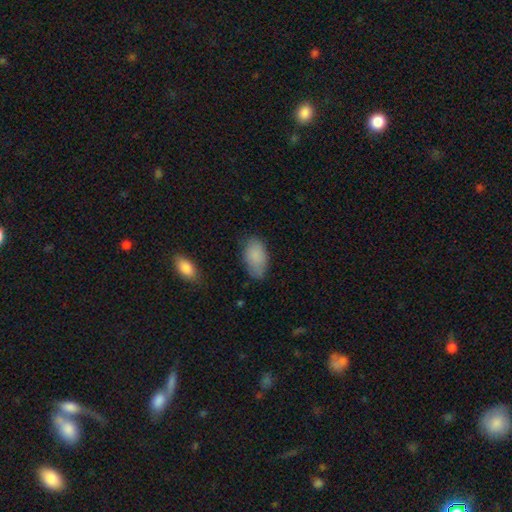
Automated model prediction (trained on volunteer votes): A smooth galaxy with no disk features (86%) that is in between round and cigar-shaped (93%).

Vote fractions:
- Smooth or featured? smooth: 86% / featured or disk: 7% / star or artifact: 7%
- How rounded? in between: 93% / round: 5% / cigar-shaped: 2%
- Merging? none: 68% / minor disturbance: 24% / major disturbance: 6% / merger: 2%